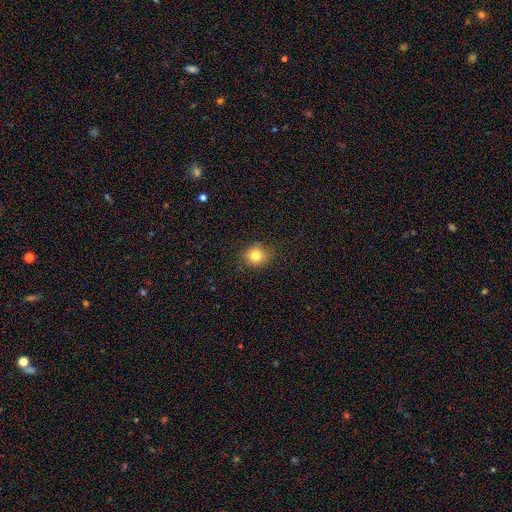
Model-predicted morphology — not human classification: Smooth or featured? Predicted: smooth (p=0.80). How rounded? Predicted: round (p=0.79). Merging? Predicted: none (p=0.82).